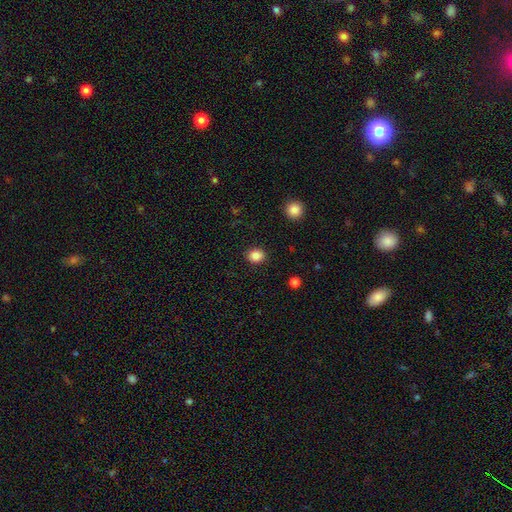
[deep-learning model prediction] Q: Smooth or featured?
A: smooth (86%); runner-up: star or artifact (10%)
Q: How rounded?
A: round (65%); runner-up: in between (34%)
Q: Merging?
A: none (90%); runner-up: minor disturbance (7%)